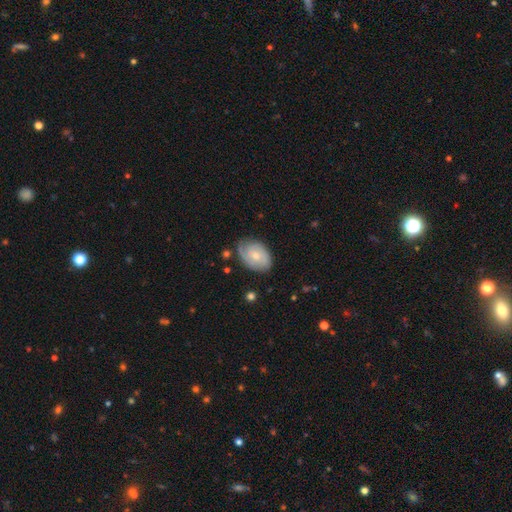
A featured or disk galaxy (65%) with no bar (74%), 3 (33%, tied with can't tell) medium (57%) spiral arms (91%) and a small central bulge (57%). Merging: none (88%).